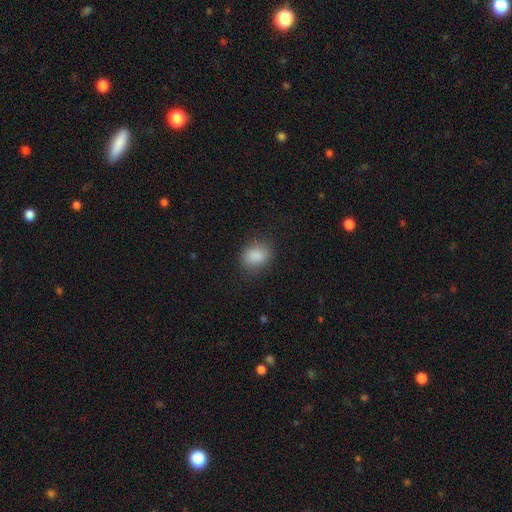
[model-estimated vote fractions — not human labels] smooth 87%, star or artifact 9%, featured or disk 5%. Down the decision tree: how rounded — in between (61%); merging — none (80%).